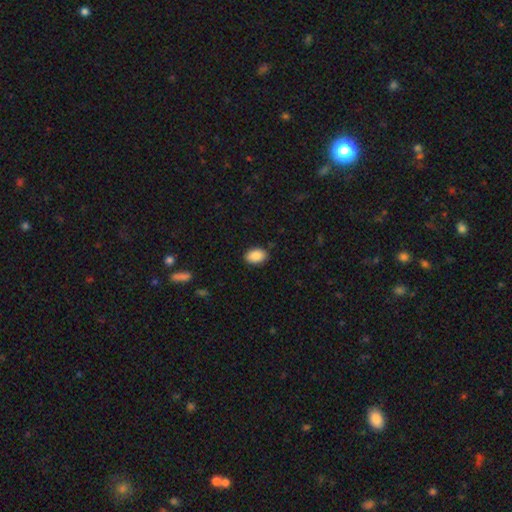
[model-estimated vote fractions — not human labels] Smooth or featured?
  - smooth: 90% *
  - star or artifact: 7%
  - featured or disk: 3%
How rounded?
  - in between: 89% *
  - round: 10%
  - cigar-shaped: 1%
Merging?
  - none: 88% *
  - minor disturbance: 9%
  - major disturbance: 2%
  - merger: 1%